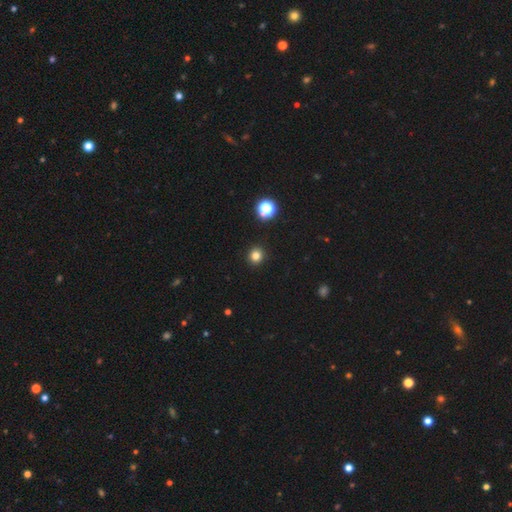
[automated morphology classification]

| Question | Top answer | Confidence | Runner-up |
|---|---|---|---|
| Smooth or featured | smooth | 81% | star or artifact (15%) |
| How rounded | round | 91% | in between (8%) |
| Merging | none | 93% | minor disturbance (5%) |